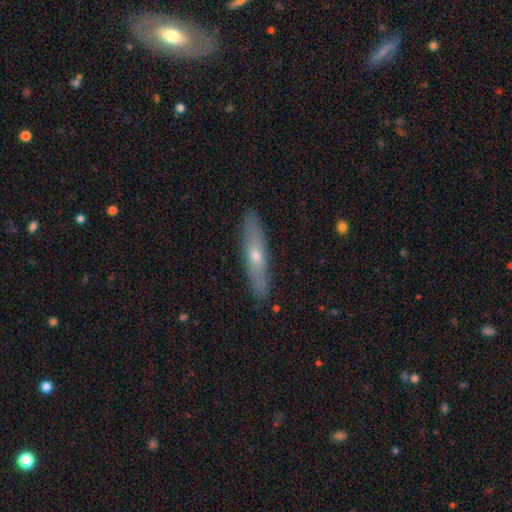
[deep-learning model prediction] featured or disk 50%, smooth 43%, star or artifact 7%. Down the decision tree: edge-on disk — yes (78%); merging — none (89%).